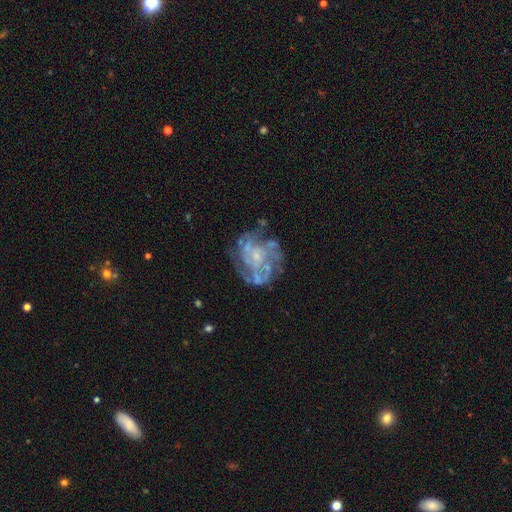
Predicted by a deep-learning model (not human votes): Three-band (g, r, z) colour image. It shows a featured or disk galaxy (80%) with no bar (72%), tight (45%) spiral arms (69%) and a small central bulge (60%). Merging: none (59%).